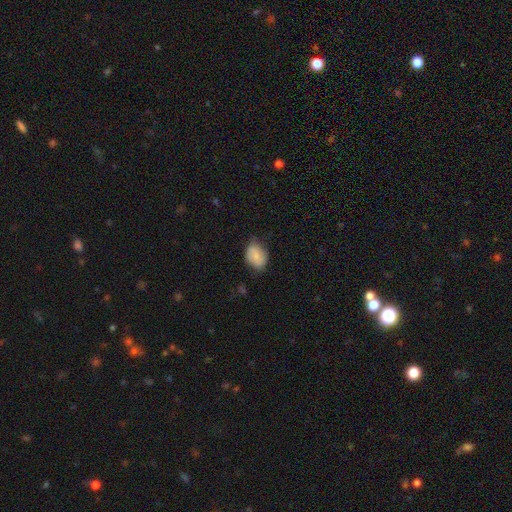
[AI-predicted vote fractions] A smooth galaxy with no disk features (75%) that is in between round and cigar-shaped (72%). Merging: none (66%).